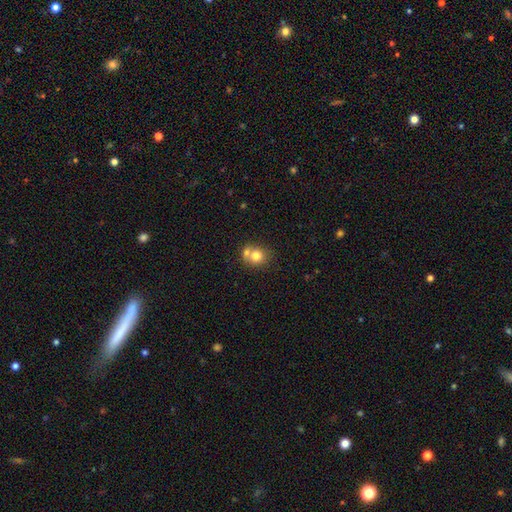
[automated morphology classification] smooth-or-featured: smooth: 74% | featured or disk: 15% | star or artifact: 10%
  how-rounded: round: 76% | in between: 23% | cigar-shaped: 1%
  merging: merger: 45% | none: 42% | minor disturbance: 9% | major disturbance: 3%